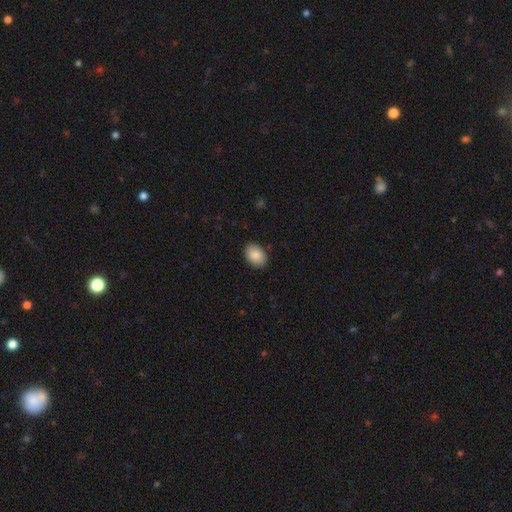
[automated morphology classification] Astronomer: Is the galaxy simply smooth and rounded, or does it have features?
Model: smooth — 88%.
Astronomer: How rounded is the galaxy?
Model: in between — 82%.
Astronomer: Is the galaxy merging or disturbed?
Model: none — 89%.